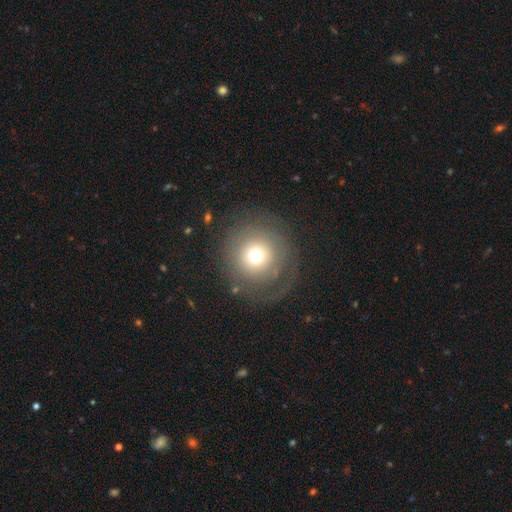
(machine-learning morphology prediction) The model was most divided on "smooth or featured": smooth: 59%, featured or disk: 29%, star or artifact: 12%. More confident: how rounded — round (94%); merging — none (73%).